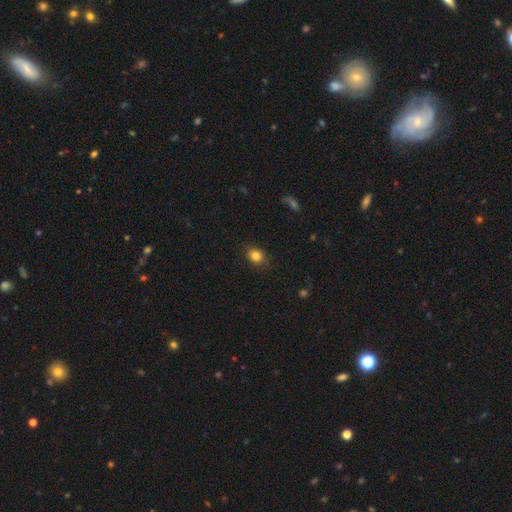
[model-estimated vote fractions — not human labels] Smooth or featured? smooth (84%)
How rounded? round (51%)
Merging? none (86%)